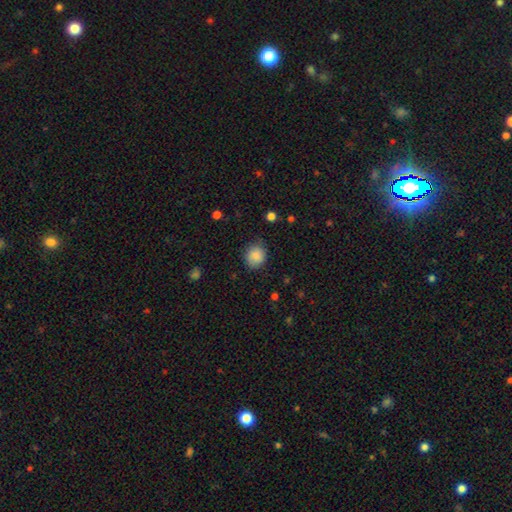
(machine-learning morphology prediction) smooth_or_featured: smooth (p=0.87) [alt: star or artifact p=0.08]
how_rounded: round (p=0.77) [alt: in between p=0.22]
merging: none (p=0.81) [alt: minor disturbance p=0.15]